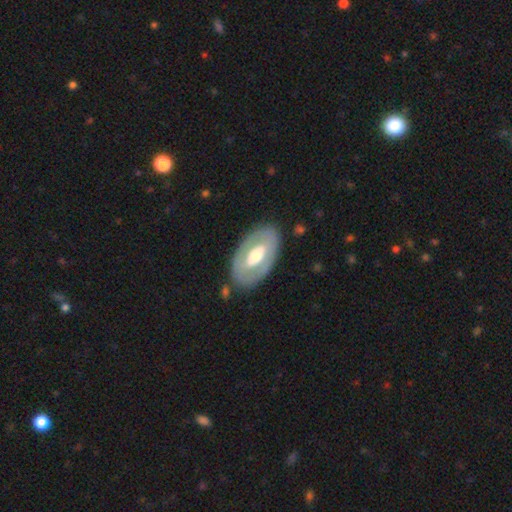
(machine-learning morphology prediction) The model was most divided on "bar": no: 42%, weak: 30%, strong: 29%. More confident: edge-on disk — no (89%); spiral arms — no (83%); merging — none (82%); bulge size — moderate (64%); smooth or featured — featured or disk (59%).